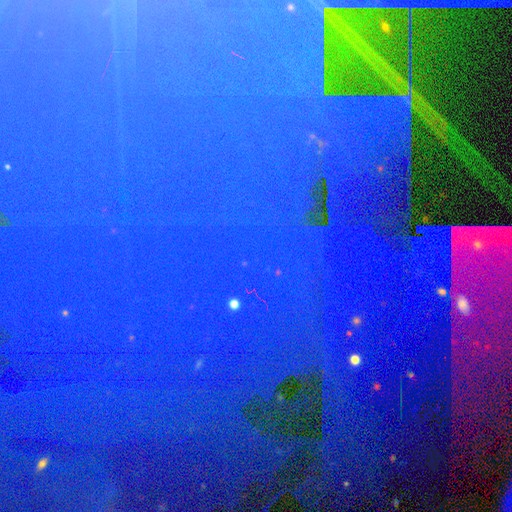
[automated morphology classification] type=star or artifact (85%).